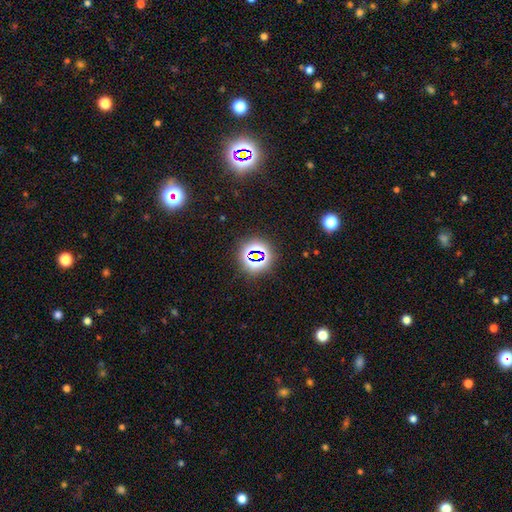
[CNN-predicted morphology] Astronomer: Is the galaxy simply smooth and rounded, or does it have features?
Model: star or artifact — 72%.